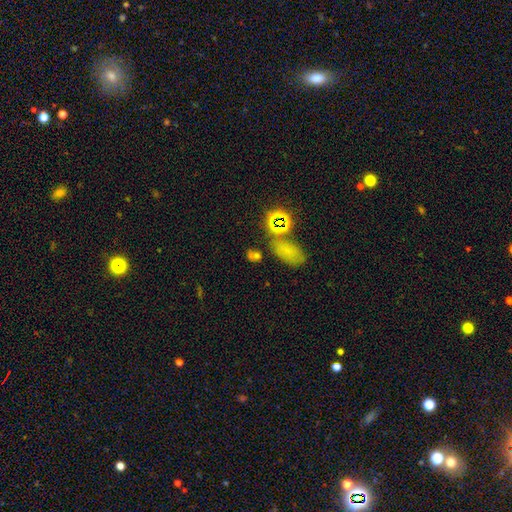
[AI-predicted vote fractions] Smooth or featured? smooth (54%)
How rounded? in between (64%)
Merging? none (60%)